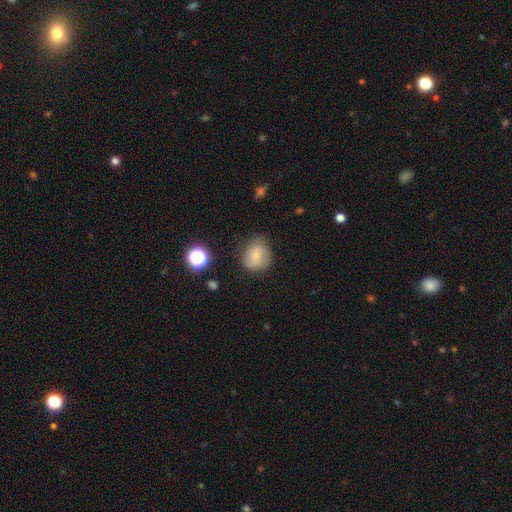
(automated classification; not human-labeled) smooth_or_featured: smooth (p=0.69) [alt: featured or disk p=0.19]
how_rounded: round (p=0.71) [alt: in between p=0.28]
merging: none (p=0.72) [alt: minor disturbance p=0.20]